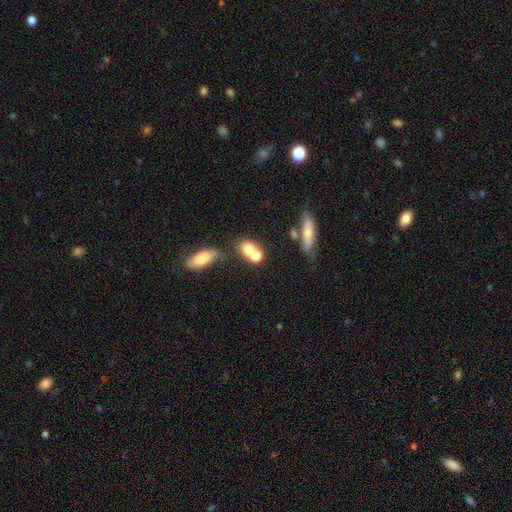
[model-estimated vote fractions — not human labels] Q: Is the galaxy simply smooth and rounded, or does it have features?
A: smooth — 70%.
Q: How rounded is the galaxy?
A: round — 52%.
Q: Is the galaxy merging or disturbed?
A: merger — 61%.